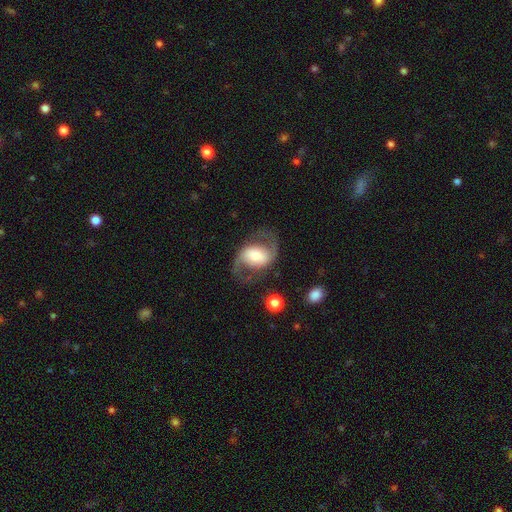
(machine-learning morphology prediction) This appears to be a featured or disk galaxy (79%) with no bar (38%, tied with weak), 2 (92%) medium (47%) spiral arms (92%) and a moderate central bulge (43%). Merging: none (71%).